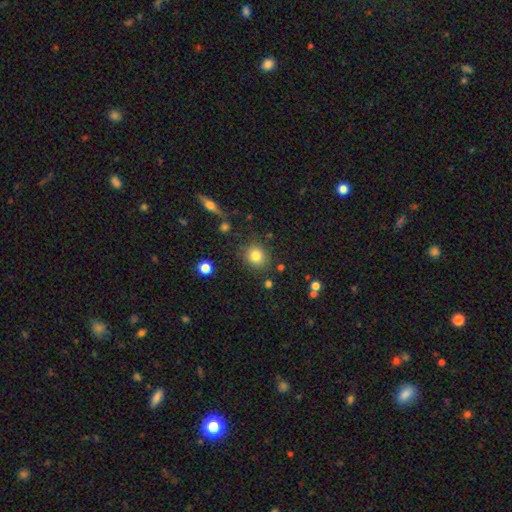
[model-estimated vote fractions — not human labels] smooth_or_featured: smooth (p=0.81) [alt: star or artifact p=0.11]
how_rounded: round (p=0.80) [alt: in between p=0.19]
merging: none (p=0.82) [alt: minor disturbance p=0.10]